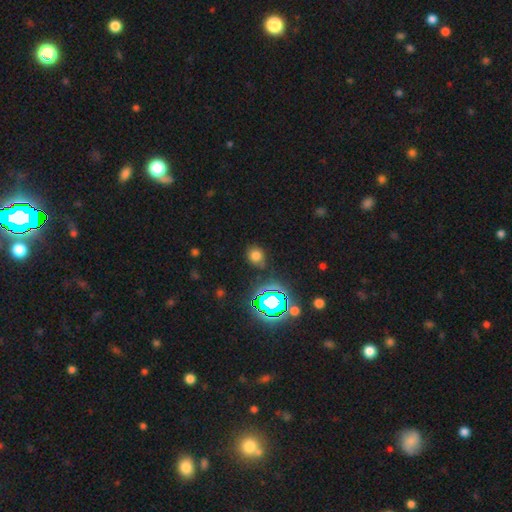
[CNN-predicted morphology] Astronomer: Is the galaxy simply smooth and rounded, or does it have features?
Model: smooth — 67%.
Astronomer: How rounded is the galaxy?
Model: round — 78%.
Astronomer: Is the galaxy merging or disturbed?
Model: none — 80%.